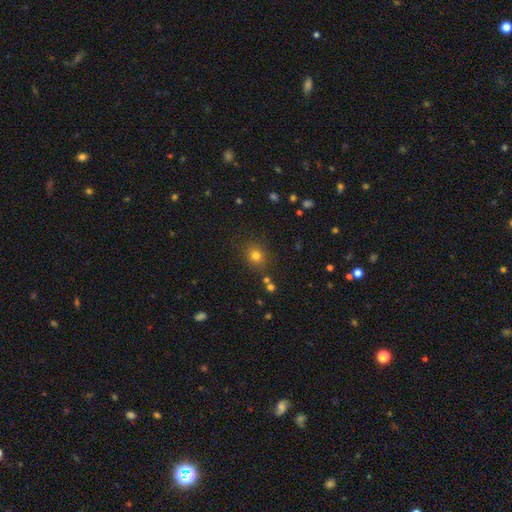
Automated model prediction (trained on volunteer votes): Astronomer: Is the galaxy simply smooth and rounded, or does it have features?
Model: smooth — 77%.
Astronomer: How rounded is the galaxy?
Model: round — 79%.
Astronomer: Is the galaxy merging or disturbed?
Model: none — 82%.